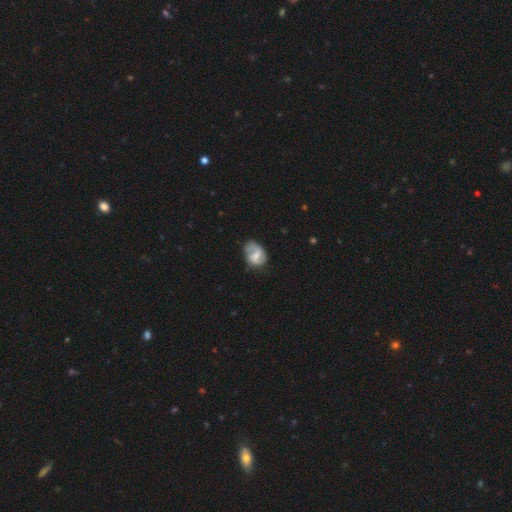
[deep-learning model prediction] A featured or disk galaxy (48%).

Vote fractions:
- Smooth or featured? featured or disk: 48% / smooth: 45% / star or artifact: 7%
- Merging? none: 43% / minor disturbance: 34% / major disturbance: 20% / merger: 3%